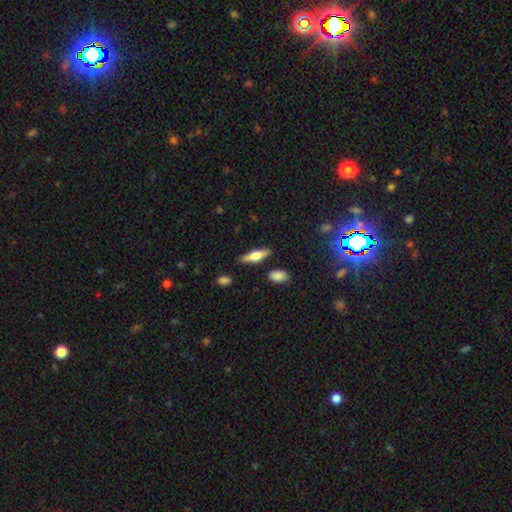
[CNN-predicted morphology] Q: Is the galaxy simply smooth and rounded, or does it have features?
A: smooth — 51%.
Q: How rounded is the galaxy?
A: in between — 50%.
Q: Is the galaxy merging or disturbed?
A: none — 83%.